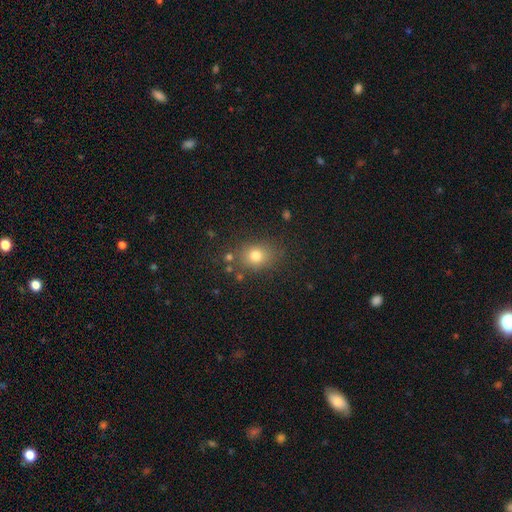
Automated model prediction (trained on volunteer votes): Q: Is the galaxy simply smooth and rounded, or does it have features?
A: smooth — 76%.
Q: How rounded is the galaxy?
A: round — 52%.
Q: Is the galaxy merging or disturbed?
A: none — 78%.